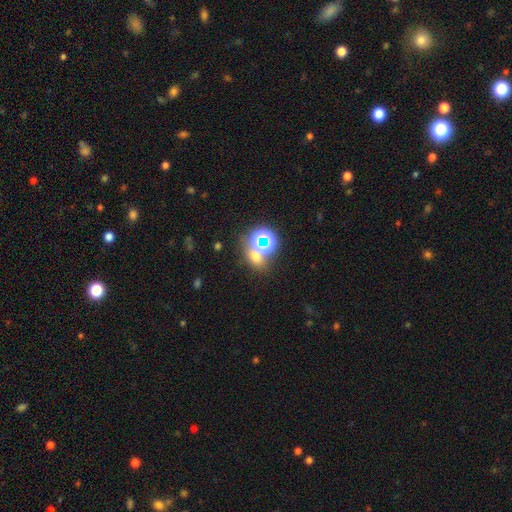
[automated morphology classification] Smooth or featured? smooth (47%)
Merging? none (57%)